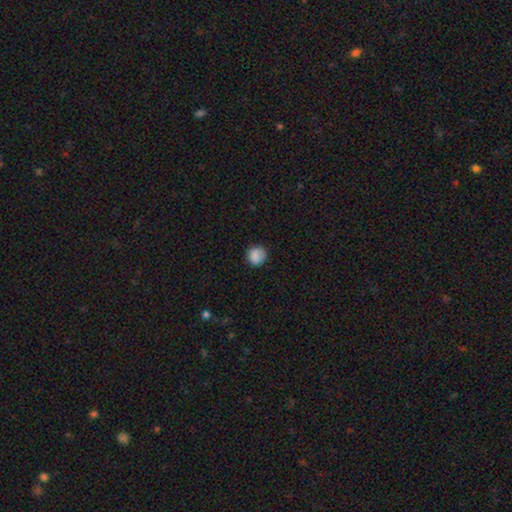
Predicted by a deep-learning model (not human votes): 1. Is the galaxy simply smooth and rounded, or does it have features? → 87% smooth, 9% star or artifact, 5% featured or disk.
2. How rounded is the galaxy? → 90% round, 9% in between, 1% cigar-shaped.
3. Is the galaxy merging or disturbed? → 82% none, 14% minor disturbance, 3% major disturbance, 1% merger.